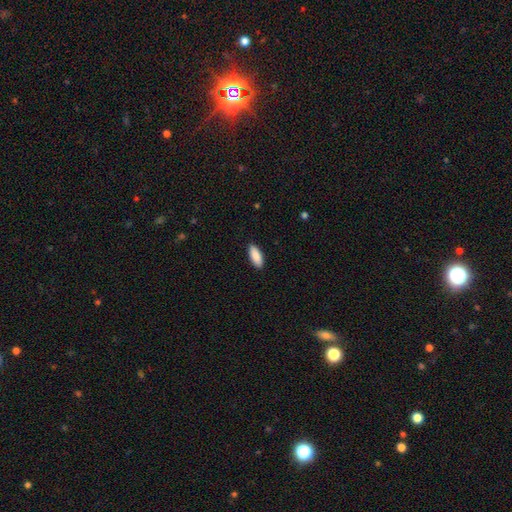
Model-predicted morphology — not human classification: smooth_or_featured: smooth (p=0.90) [alt: star or artifact p=0.06]
how_rounded: in between (p=0.81) [alt: cigar-shaped p=0.18]
merging: none (p=0.90) [alt: minor disturbance p=0.08]